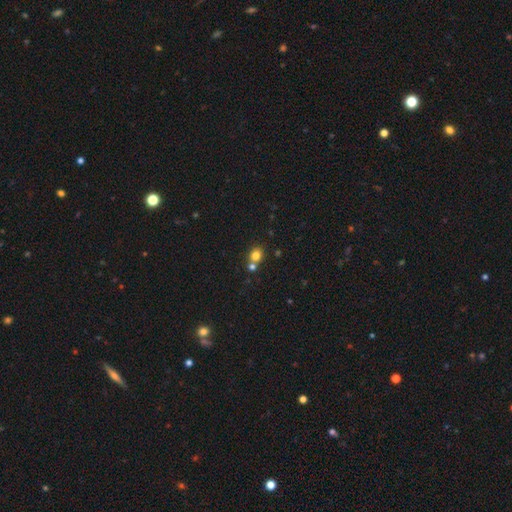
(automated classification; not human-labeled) smooth 79%, star or artifact 13%, featured or disk 7%. Down the decision tree: how rounded — round (70%); merging — none (58%).